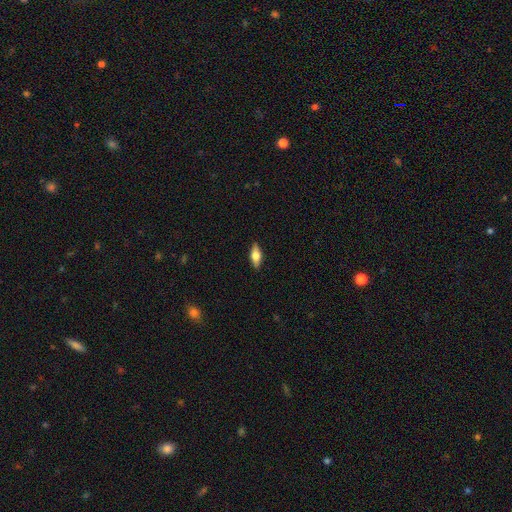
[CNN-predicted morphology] smooth 55%, featured or disk 38%, star or artifact 7%. Down the decision tree: how rounded — in between (68%); merging — none (88%).